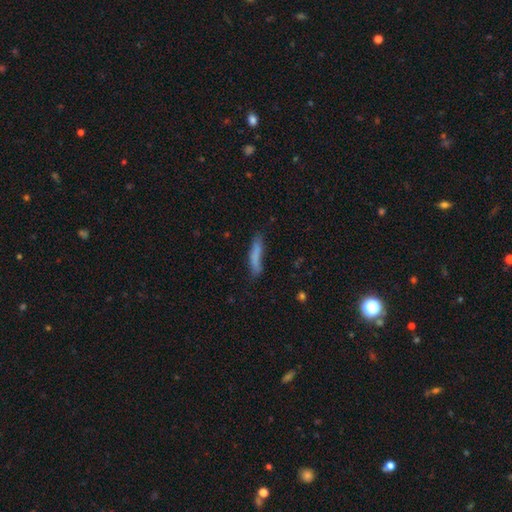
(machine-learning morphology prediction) The model was most divided on "merging": none: 67%, minor disturbance: 23%, major disturbance: 7%, merger: 3%. More confident: how rounded — cigar-shaped (86%); smooth or featured — smooth (77%).